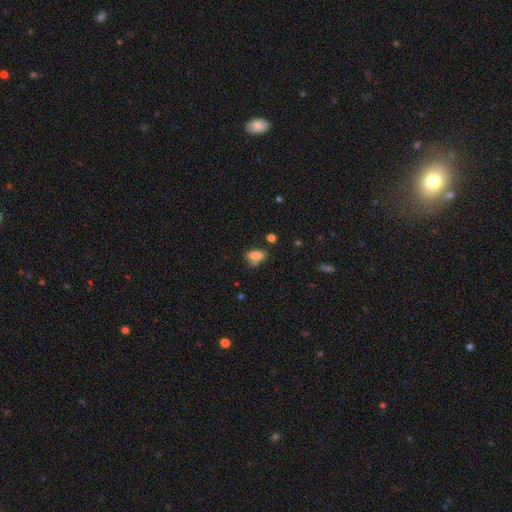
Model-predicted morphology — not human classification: Smooth or featured?
  - smooth: 78% *
  - star or artifact: 11%
  - featured or disk: 11%
How rounded?
  - in between: 82% *
  - round: 11%
  - cigar-shaped: 7%
Merging?
  - none: 52% *
  - minor disturbance: 28%
  - merger: 10%
  - major disturbance: 10%